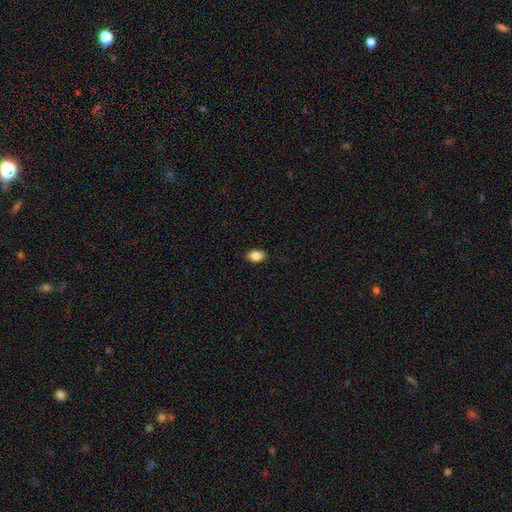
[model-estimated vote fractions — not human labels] smooth_or_featured: smooth (p=0.86) [alt: star or artifact p=0.08]
how_rounded: in between (p=0.87) [alt: round p=0.12]
merging: none (p=0.88) [alt: minor disturbance p=0.09]